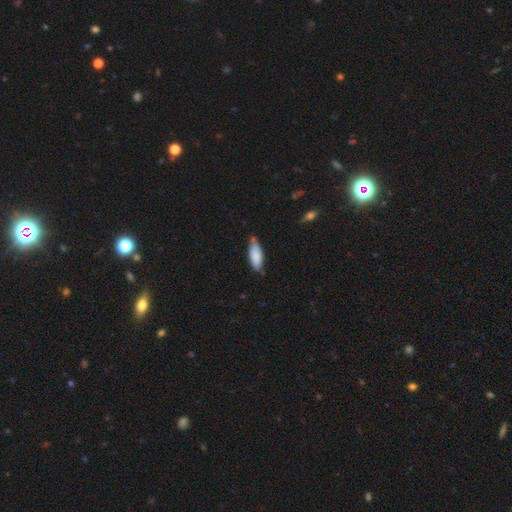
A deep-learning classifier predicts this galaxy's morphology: Smooth or featured?
  - smooth: 83% *
  - featured or disk: 11%
  - star or artifact: 6%
How rounded?
  - in between: 76% *
  - cigar-shaped: 23%
  - round: 2%
Merging?
  - none: 62% *
  - minor disturbance: 28%
  - merger: 6%
  - major disturbance: 5%